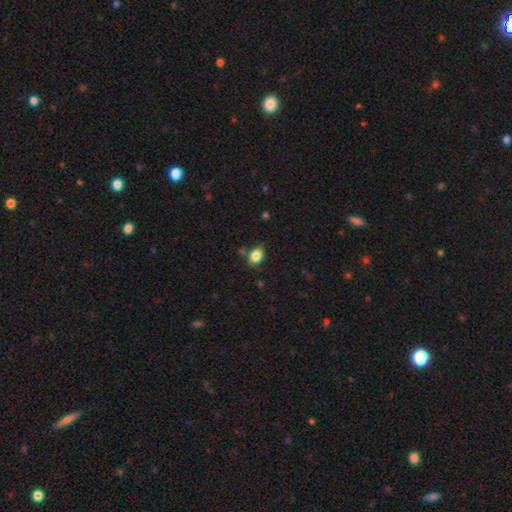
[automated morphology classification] Overall: smooth (85%). How rounded: in between (63%; round 35%). Merging: none (76%).